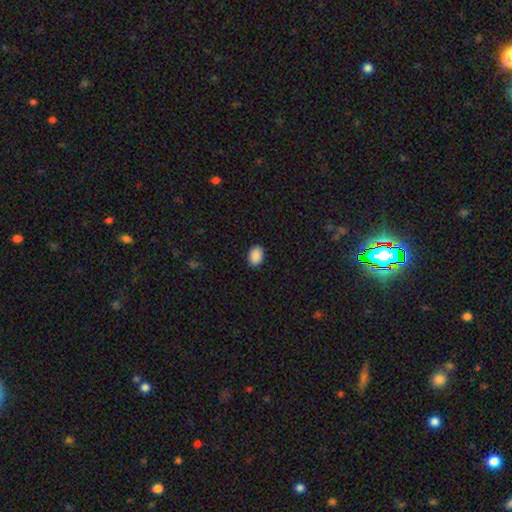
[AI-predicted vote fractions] This is clearly a smooth galaxy (90%). How rounded: likely in between (74%). Merging: clearly none (90%).